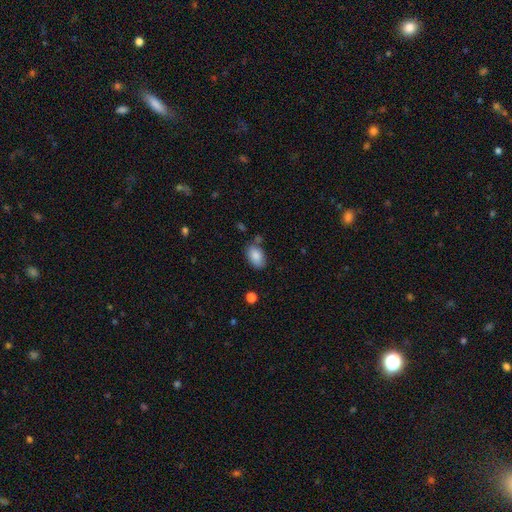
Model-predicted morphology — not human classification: Smooth or featured?
  - smooth: 86% *
  - star or artifact: 7%
  - featured or disk: 7%
How rounded?
  - in between: 91% *
  - round: 8%
  - cigar-shaped: 1%
Merging?
  - none: 69% *
  - minor disturbance: 19%
  - merger: 8%
  - major disturbance: 5%